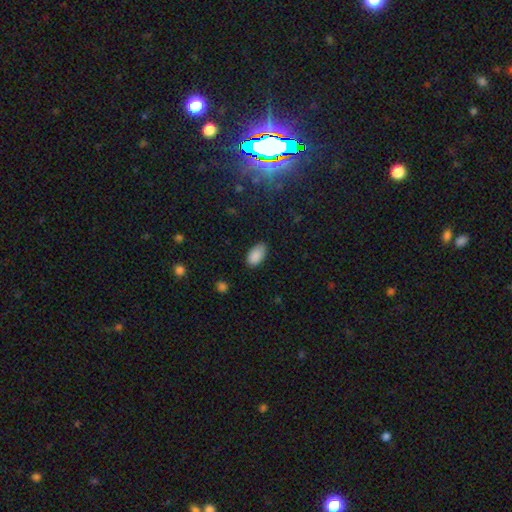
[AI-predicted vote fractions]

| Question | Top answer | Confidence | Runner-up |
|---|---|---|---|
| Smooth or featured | smooth | 89% | star or artifact (7%) |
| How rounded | in between | 95% | round (4%) |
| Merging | none | 79% | minor disturbance (17%) |